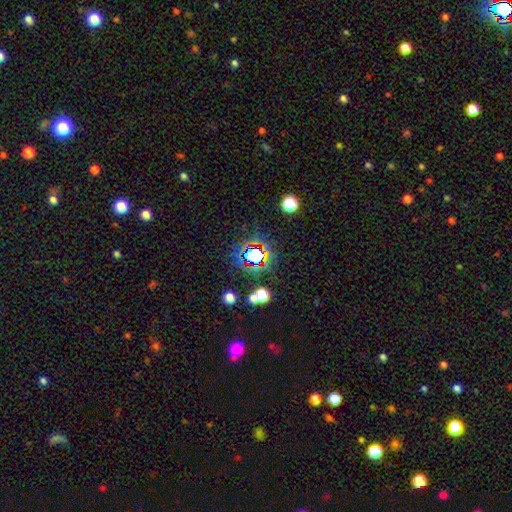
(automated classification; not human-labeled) Smooth or featured: star or artifact — 62% (smooth — 25%)